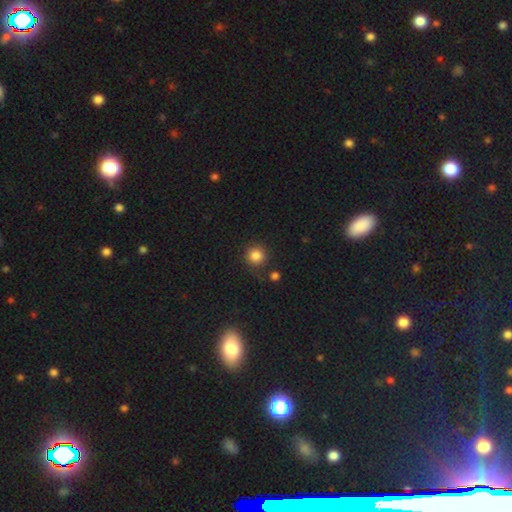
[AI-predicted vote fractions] Smooth or featured: smooth — 85% (star or artifact — 11%)
How rounded: round — 93% (in between — 6%)
Merging: none — 78% (minor disturbance — 11%)